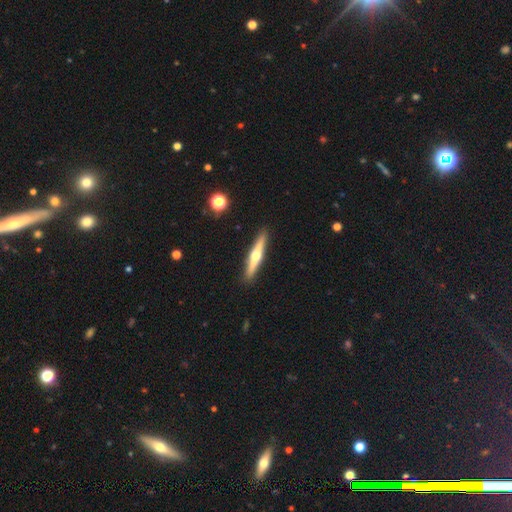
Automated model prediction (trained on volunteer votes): The model was most divided on "smooth or featured": featured or disk: 67%, smooth: 28%, star or artifact: 5%. More confident: edge-on disk — yes (97%); edge-on bulge — rounded (93%); merging — none (92%).